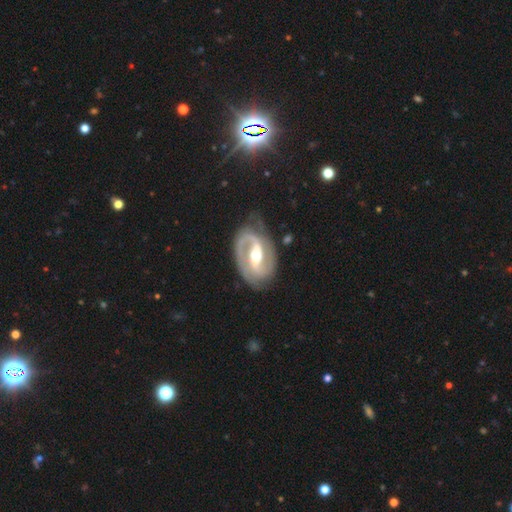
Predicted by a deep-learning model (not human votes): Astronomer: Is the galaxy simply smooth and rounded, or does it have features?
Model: featured or disk — 90%.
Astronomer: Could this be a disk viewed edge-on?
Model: no — 97%.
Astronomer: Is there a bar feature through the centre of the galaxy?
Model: strong — 52% (runner-up: weak, 34%).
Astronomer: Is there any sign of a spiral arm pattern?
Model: yes — 96%.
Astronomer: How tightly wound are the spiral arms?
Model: medium — 51% (runner-up: tight, 31%).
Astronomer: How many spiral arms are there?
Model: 2 — 88%.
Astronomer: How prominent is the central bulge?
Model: moderate — 68%.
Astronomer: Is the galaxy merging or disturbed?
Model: none — 73%.